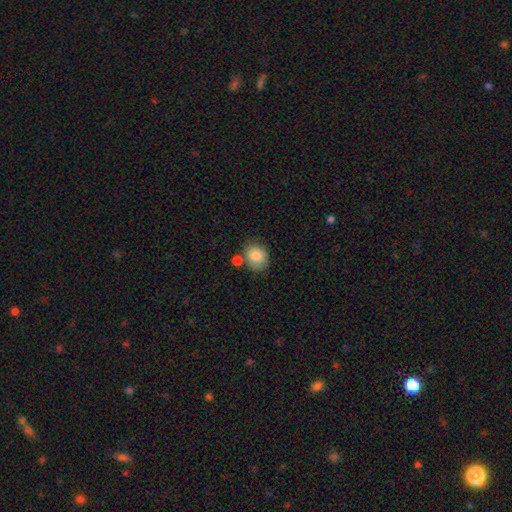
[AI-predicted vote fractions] smooth-or-featured: smooth: 84% | featured or disk: 8% | star or artifact: 8%
  how-rounded: round: 67% | in between: 32% | cigar-shaped: 1%
  merging: none: 58% | merger: 18% | minor disturbance: 18% | major disturbance: 6%